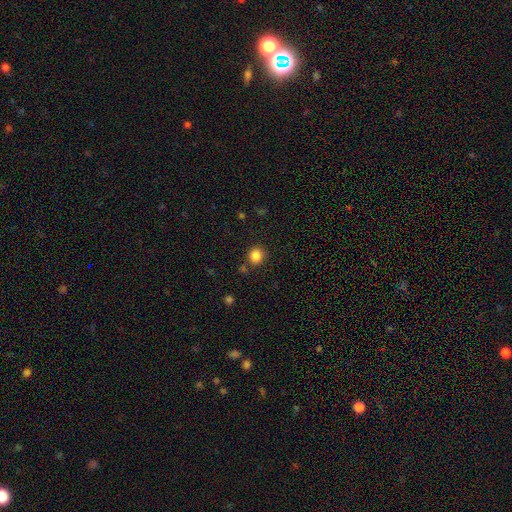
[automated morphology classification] smooth-or-featured: smooth: 85% | star or artifact: 11% | featured or disk: 4%
  how-rounded: round: 87% | in between: 12% | cigar-shaped: 1%
  merging: none: 83% | minor disturbance: 9% | merger: 5% | major disturbance: 3%